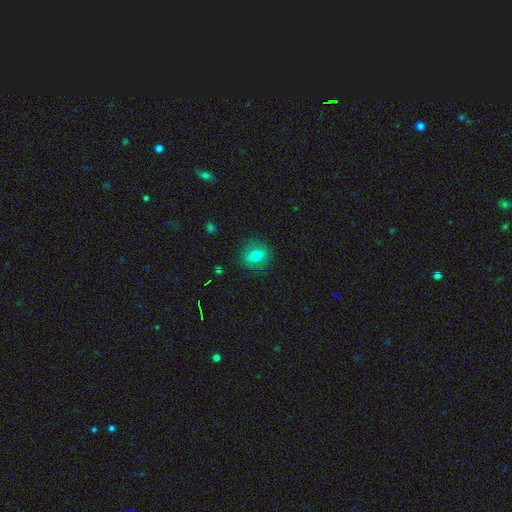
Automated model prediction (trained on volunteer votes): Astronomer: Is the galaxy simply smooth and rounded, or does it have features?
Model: smooth — 71%.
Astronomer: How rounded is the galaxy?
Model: round — 57% (runner-up: in between, 40%).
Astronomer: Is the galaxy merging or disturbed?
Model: none — 85%.